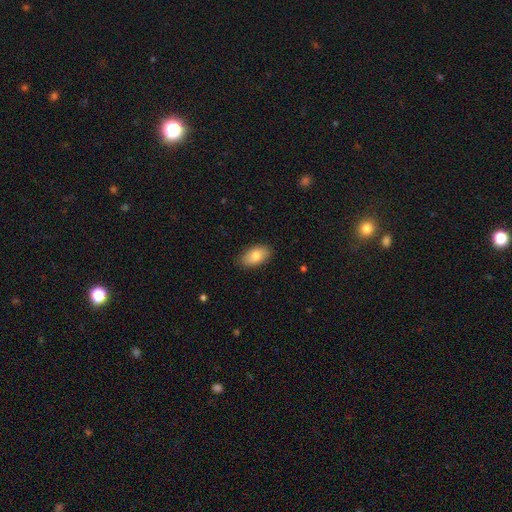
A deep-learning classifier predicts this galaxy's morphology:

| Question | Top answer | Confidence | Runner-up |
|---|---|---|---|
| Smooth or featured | smooth | 80% | featured or disk (14%) |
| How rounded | in between | 94% | round (4%) |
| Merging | none | 86% | minor disturbance (11%) |